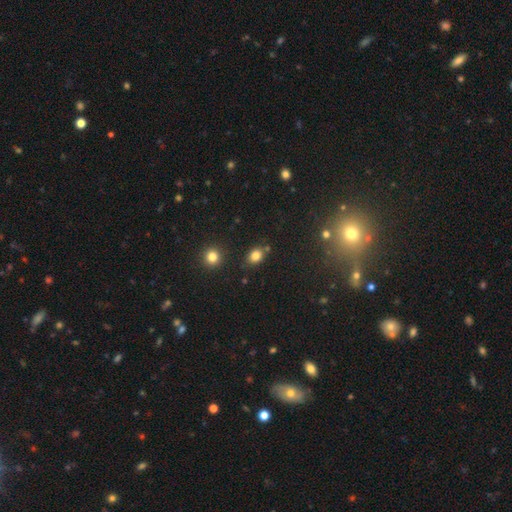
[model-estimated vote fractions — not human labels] Q: Smooth or featured?
A: smooth (81%); runner-up: star or artifact (13%)
Q: How rounded?
A: in between (56%); runner-up: round (43%)
Q: Merging?
A: none (77%); runner-up: minor disturbance (13%)